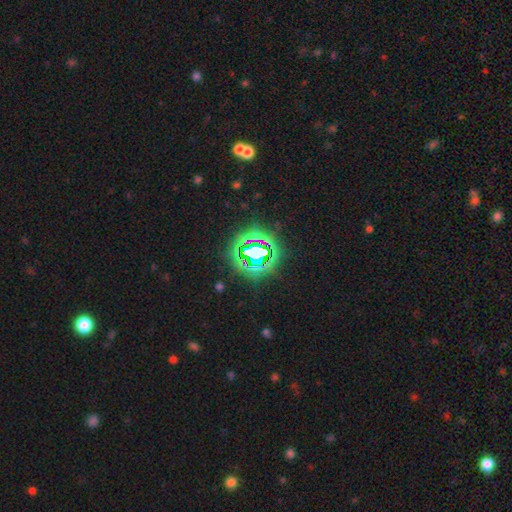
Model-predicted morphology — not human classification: Smooth or featured? star or artifact (81%)